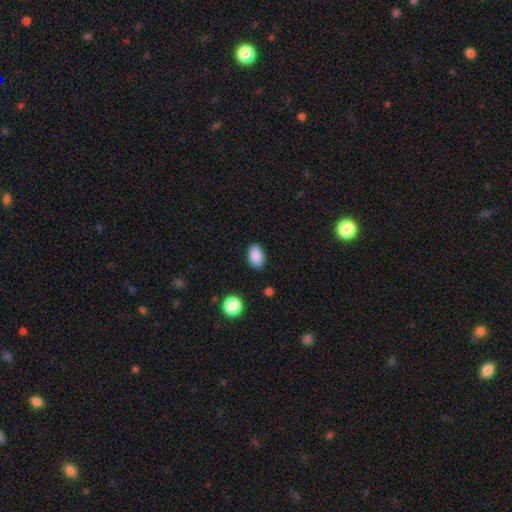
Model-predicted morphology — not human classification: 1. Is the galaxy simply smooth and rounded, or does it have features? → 88% smooth, 8% star or artifact, 4% featured or disk.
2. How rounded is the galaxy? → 90% in between, 8% round, 1% cigar-shaped.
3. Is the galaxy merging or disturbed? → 84% none, 12% minor disturbance, 2% major disturbance, 1% merger.